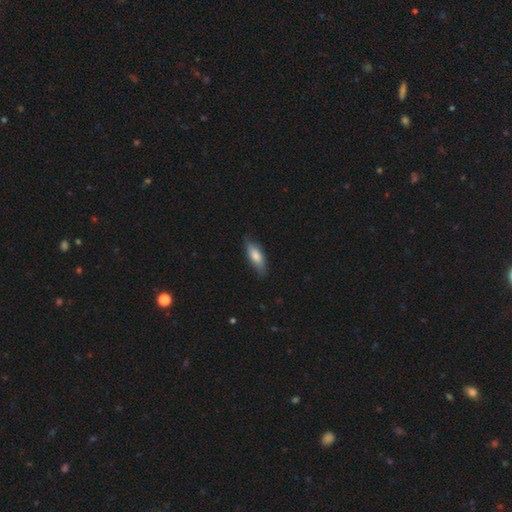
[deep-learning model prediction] The model was most divided on "how rounded": in between: 65%, cigar-shaped: 33%, round: 2%. More confident: merging — none (76%); smooth or featured — smooth (75%).